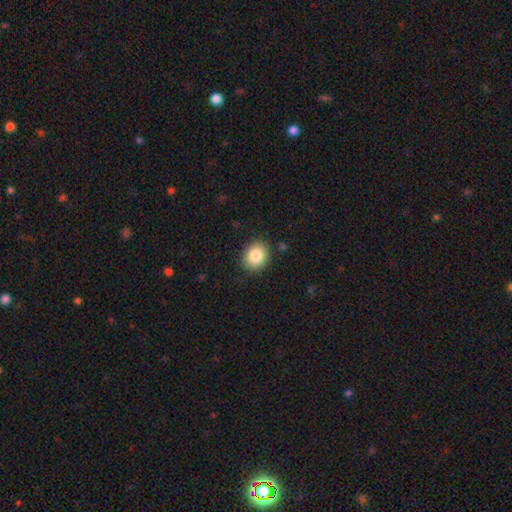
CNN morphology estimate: Smooth or featured? Predicted: smooth (p=0.84). How rounded? Predicted: round (p=0.60). Merging? Predicted: none (p=0.88).